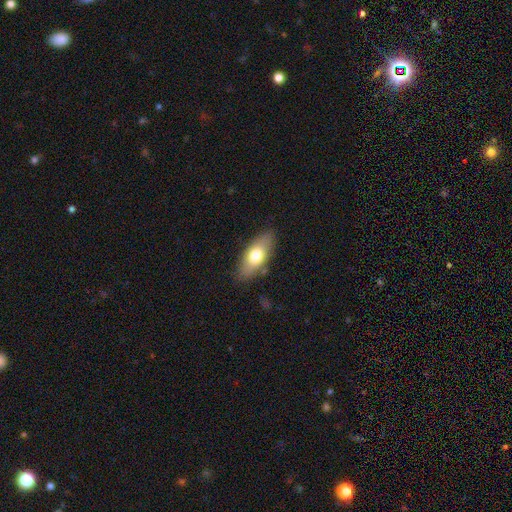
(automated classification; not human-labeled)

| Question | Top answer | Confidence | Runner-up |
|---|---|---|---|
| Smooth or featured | smooth | 68% | featured or disk (26%) |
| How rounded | in between | 81% | cigar-shaped (16%) |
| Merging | none | 82% | minor disturbance (13%) |